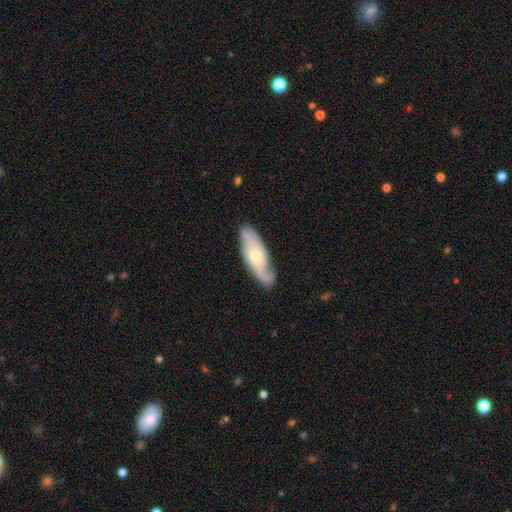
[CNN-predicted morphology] Smooth or featured?
  - featured or disk: 71% *
  - smooth: 24%
  - star or artifact: 5%
Edge-on disk?
  - no: 83% *
  - yes: 17%
Bar?
  - no: 65% *
  - weak: 29%
  - strong: 6%
Spiral arms?
  - yes: 91% *
  - no: 9%
Spiral winding?
  - medium: 44% *
  - tight: 31%
  - loose: 25%
Spiral arm count?
  - 2: 61% *
  - can't tell: 19%
  - 3: 10%
  - 1: 5%
  - 4: 3%
  - more than 4: 2%
Bulge size?
  - moderate: 56% *
  - small: 38%
  - large: 3%
  - none: 1%
  - dominant: 1%
Merging?
  - none: 81% *
  - minor disturbance: 15%
  - major disturbance: 3%
  - merger: 1%